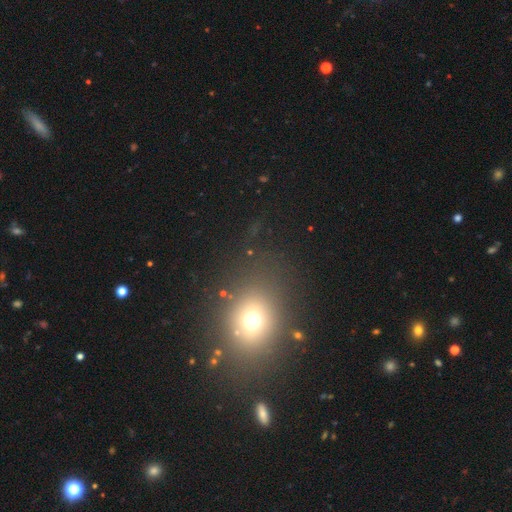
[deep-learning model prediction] Overall: smooth (60%; star or artifact 28%). How rounded: round (58%; in between 40%). Merging: none (82%).